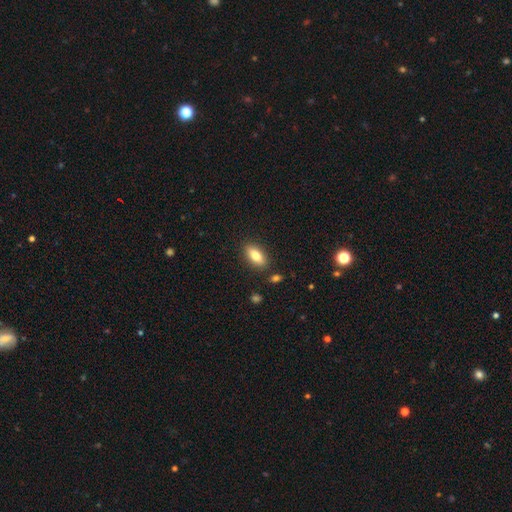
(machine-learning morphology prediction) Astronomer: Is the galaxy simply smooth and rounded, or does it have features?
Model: smooth — 81%.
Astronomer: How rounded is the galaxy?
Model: in between — 86%.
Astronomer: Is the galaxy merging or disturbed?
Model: none — 86%.